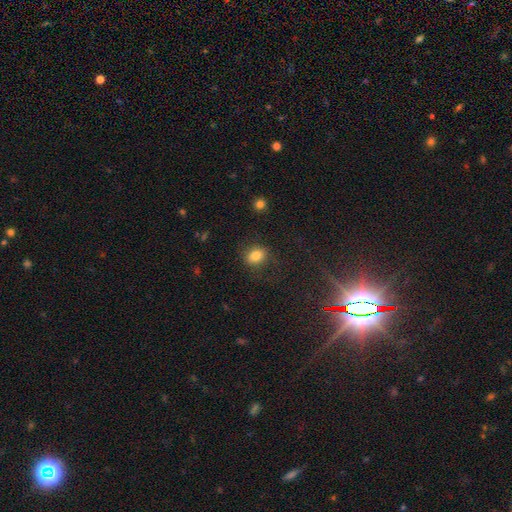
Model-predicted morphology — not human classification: smooth_or_featured: smooth (p=0.82) [alt: star or artifact p=0.11]
how_rounded: in between (p=0.59) [alt: round p=0.39]
merging: none (p=0.76) [alt: minor disturbance p=0.15]